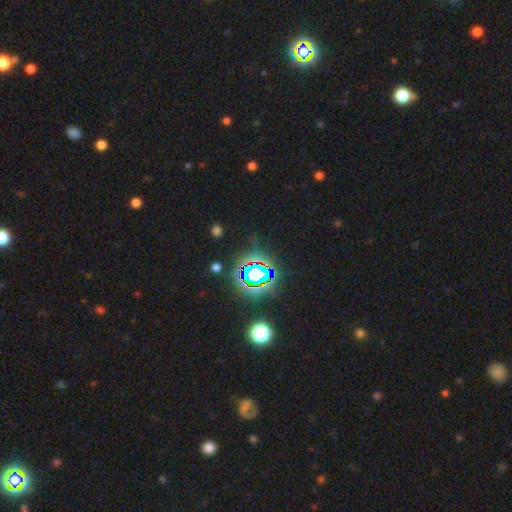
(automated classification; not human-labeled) smooth_or_featured: star or artifact (p=0.82) [alt: smooth p=0.12]